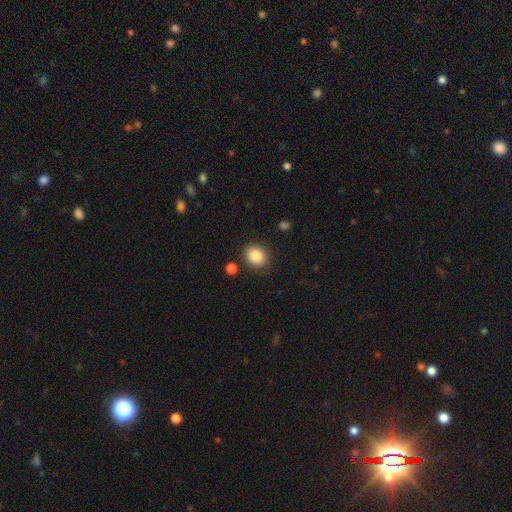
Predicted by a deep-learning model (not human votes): smooth 86%, star or artifact 9%, featured or disk 5%. Down the decision tree: how rounded — round (64%); merging — none (86%).